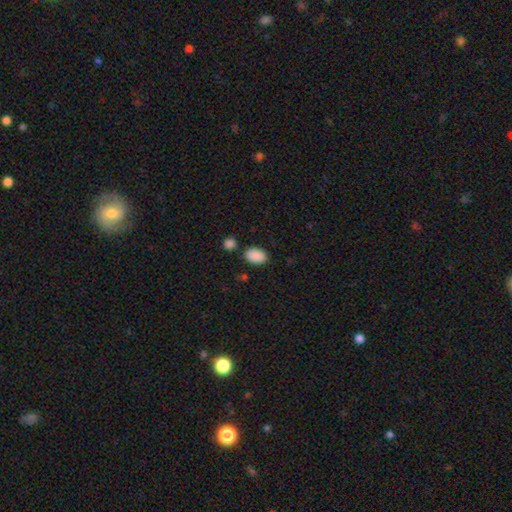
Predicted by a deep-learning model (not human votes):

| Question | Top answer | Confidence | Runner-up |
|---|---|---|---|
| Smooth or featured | smooth | 89% | star or artifact (7%) |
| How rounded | in between | 89% | round (10%) |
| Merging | none | 79% | minor disturbance (12%) |